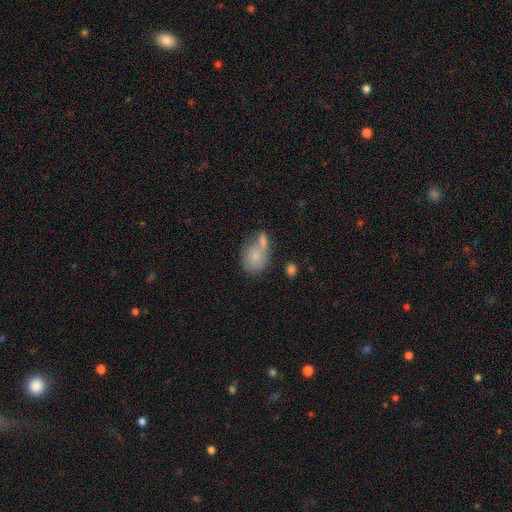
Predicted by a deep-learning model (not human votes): smooth_or_featured: smooth (p=0.74) [alt: featured or disk p=0.19]
how_rounded: in between (p=0.64) [alt: round p=0.34]
merging: merger (p=0.39) [alt: none p=0.34]